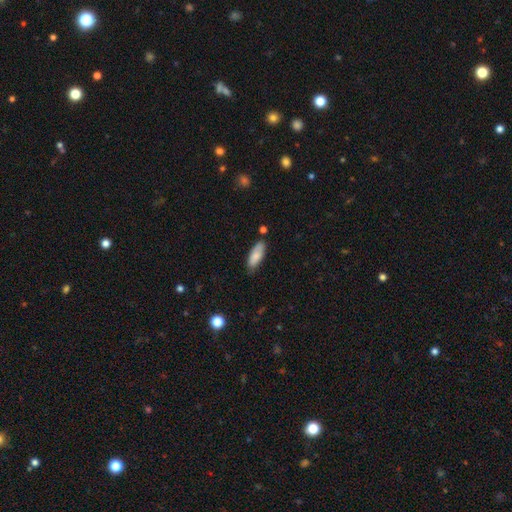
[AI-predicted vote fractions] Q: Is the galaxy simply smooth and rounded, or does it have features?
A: smooth — 83%.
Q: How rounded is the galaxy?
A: in between — 71%.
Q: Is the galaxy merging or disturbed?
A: none — 73%.